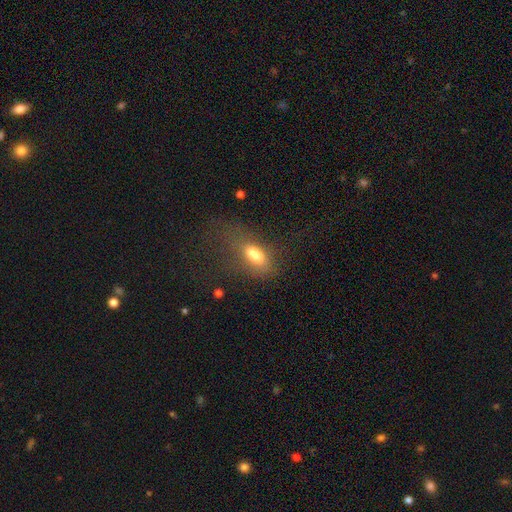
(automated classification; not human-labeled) A smooth galaxy with no disk features (70%) that is in between round and cigar-shaped (79%).

Vote fractions:
- Smooth or featured? smooth: 70% / featured or disk: 18% / star or artifact: 12%
- How rounded? in between: 79% / cigar-shaped: 15% / round: 6%
- Merging? none: 40% / major disturbance: 28% / minor disturbance: 21% / merger: 11%